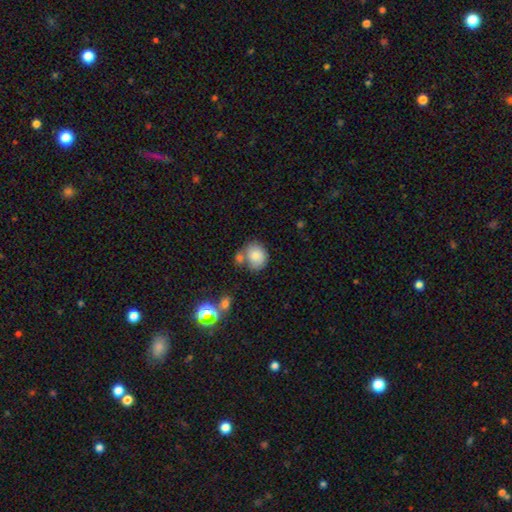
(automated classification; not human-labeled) This is likely a smooth galaxy (79%). How rounded: likely round (66%). Merging: possibly none (52%).